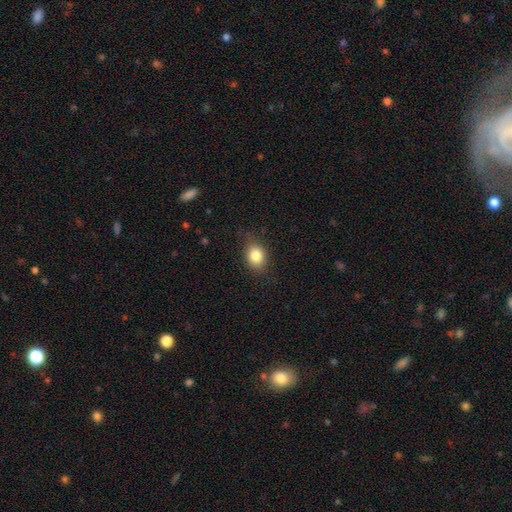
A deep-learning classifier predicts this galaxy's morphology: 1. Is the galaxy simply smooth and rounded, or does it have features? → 83% smooth, 10% star or artifact, 8% featured or disk.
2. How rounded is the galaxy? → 59% in between, 40% round, 1% cigar-shaped.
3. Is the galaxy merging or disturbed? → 78% none, 17% minor disturbance, 4% major disturbance, 1% merger.